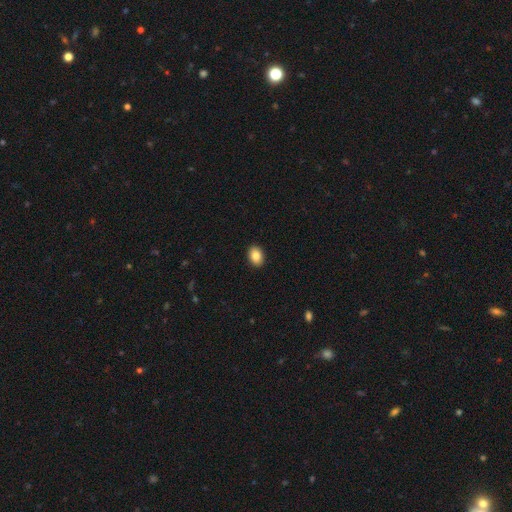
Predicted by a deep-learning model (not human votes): Morphology: type=smooth (86%); roundness=in between (75%); merging=none (91%).